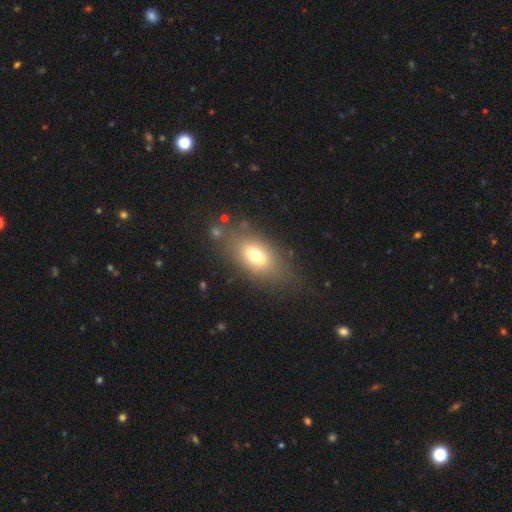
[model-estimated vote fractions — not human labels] smooth-or-featured: smooth: 69% | featured or disk: 20% | star or artifact: 11%
  how-rounded: in between: 82% | round: 11% | cigar-shaped: 7%
  merging: none: 72% | minor disturbance: 15% | major disturbance: 8% | merger: 4%